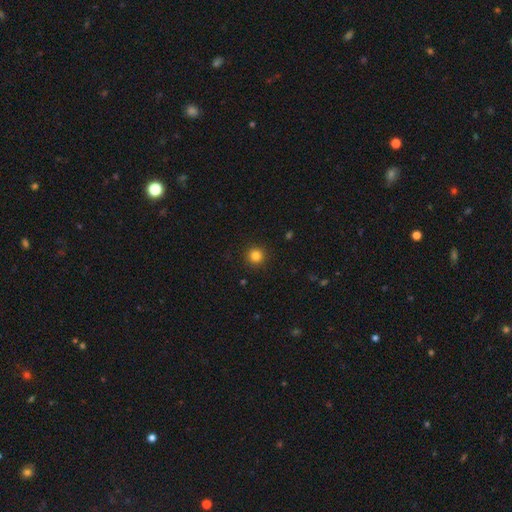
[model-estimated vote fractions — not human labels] Overall: smooth (83%). How rounded: round (95%). Merging: none (92%).